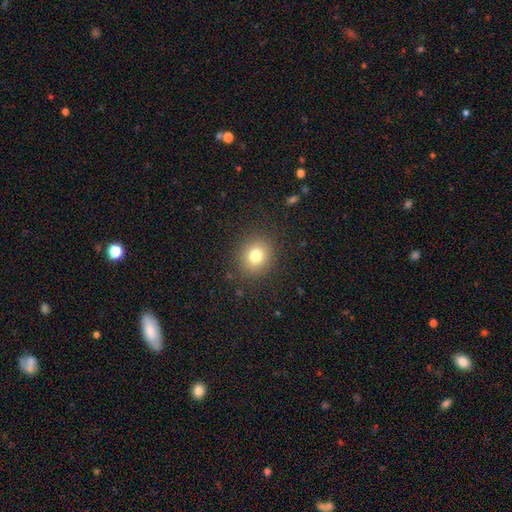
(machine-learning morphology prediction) This appears to be a smooth galaxy with no disk features (78%) that is round (78%). Merging: none (88%).